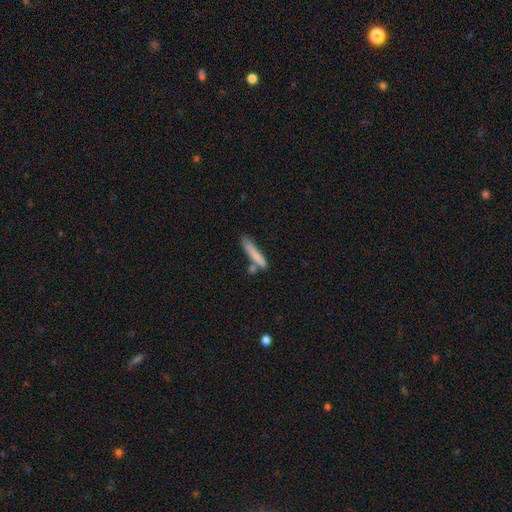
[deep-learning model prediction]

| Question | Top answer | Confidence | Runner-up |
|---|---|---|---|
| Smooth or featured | smooth | 78% | featured or disk (15%) |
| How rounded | cigar-shaped | 90% | in between (9%) |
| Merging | none | 60% | minor disturbance (19%) |